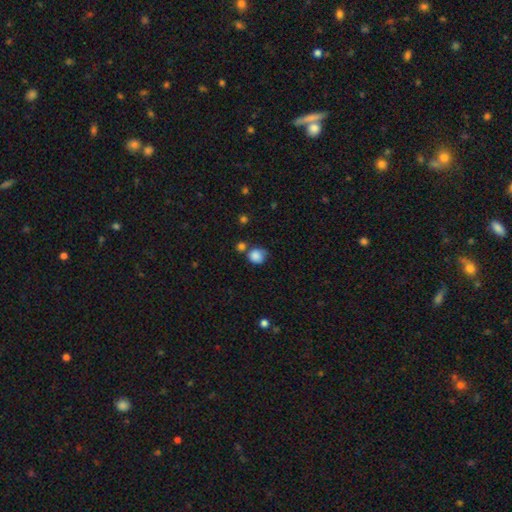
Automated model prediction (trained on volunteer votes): This is clearly a smooth galaxy (84%). How rounded: likely round (76%). Merging: possibly none (51%).